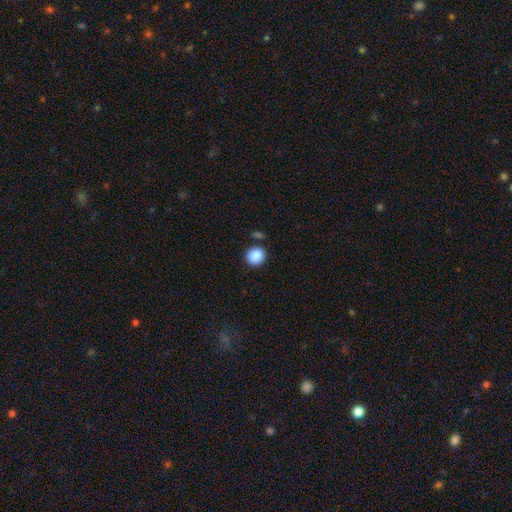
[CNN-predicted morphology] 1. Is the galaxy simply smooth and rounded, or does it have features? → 89% smooth, 8% star or artifact, 3% featured or disk.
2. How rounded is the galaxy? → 84% round, 15% in between, 1% cigar-shaped.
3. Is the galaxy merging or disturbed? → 82% none, 9% minor disturbance, 6% merger, 3% major disturbance.